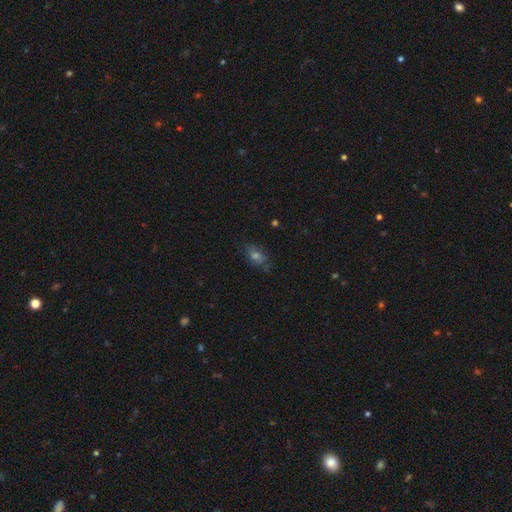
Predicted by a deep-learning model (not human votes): Overall: smooth (51%; star or artifact 26%). How rounded: in between (75%). Merging: none (74%).